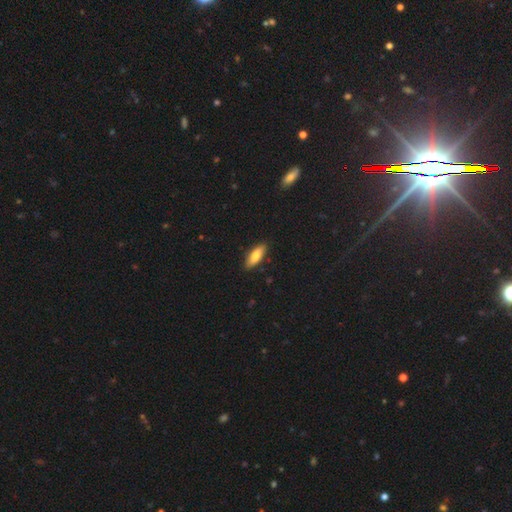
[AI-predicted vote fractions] This appears to be a smooth galaxy with no disk features (79%) that is in between round and cigar-shaped (65%). Merging: none (87%).